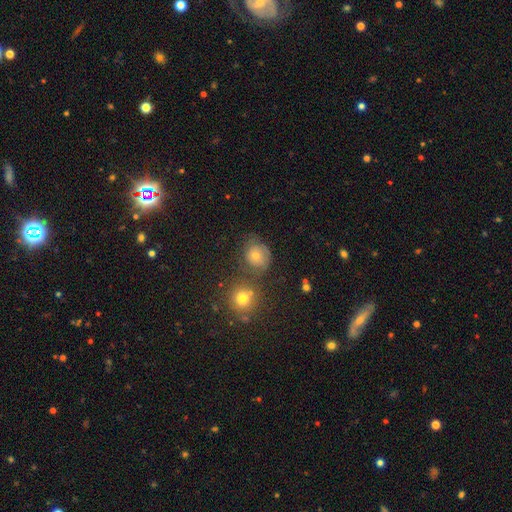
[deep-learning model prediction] Morphology: type=smooth (60%); roundness=round (75%); merging=none (57%).